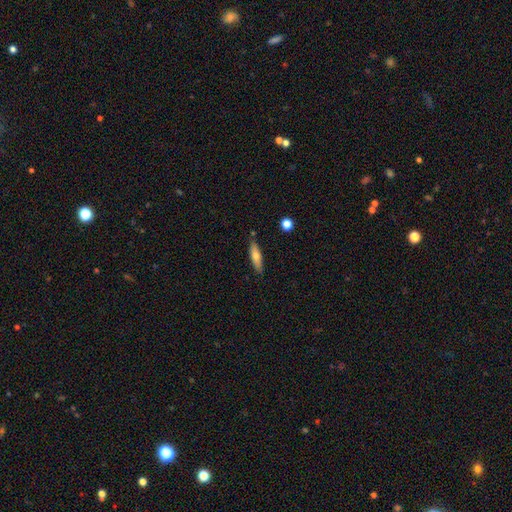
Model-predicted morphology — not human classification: Smooth or featured? Predicted: smooth (p=0.65). How rounded? Predicted: cigar-shaped (p=0.67). Merging? Predicted: none (p=0.84).